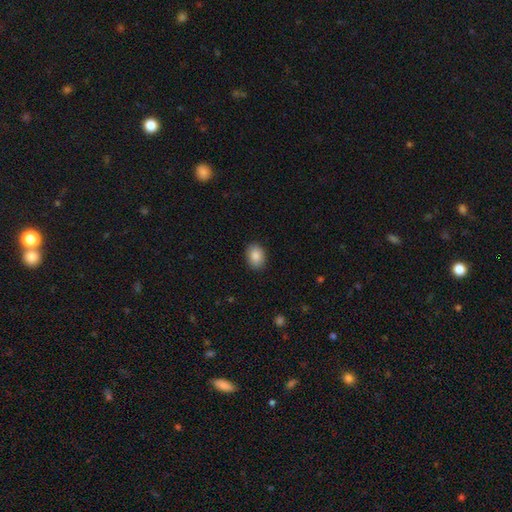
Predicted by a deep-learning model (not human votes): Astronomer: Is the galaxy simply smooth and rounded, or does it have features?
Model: smooth — 88%.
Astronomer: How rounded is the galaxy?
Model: in between — 73%.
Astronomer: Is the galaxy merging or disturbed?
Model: none — 89%.